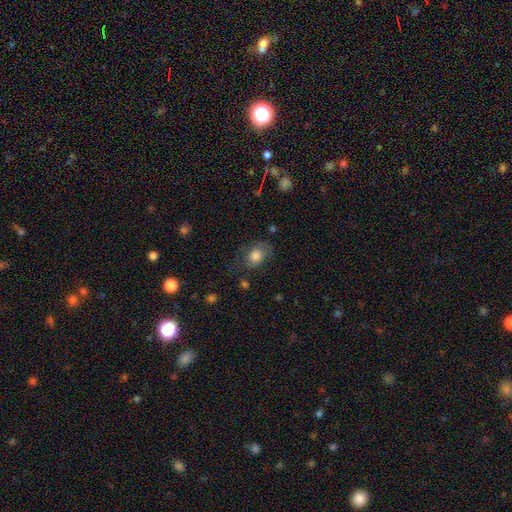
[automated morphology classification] Q: Smooth or featured?
A: smooth (76%); runner-up: featured or disk (14%)
Q: How rounded?
A: in between (60%); runner-up: round (39%)
Q: Merging?
A: none (59%); runner-up: minor disturbance (25%)